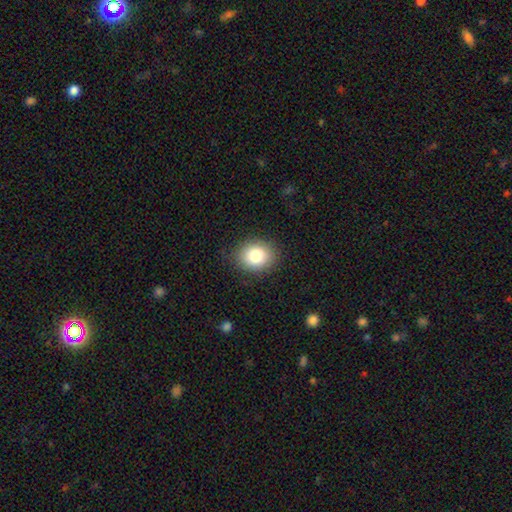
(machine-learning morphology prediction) smooth_or_featured: smooth (p=0.82) [alt: star or artifact p=0.10]
how_rounded: round (p=0.62) [alt: in between p=0.37]
merging: none (p=0.86) [alt: minor disturbance p=0.10]